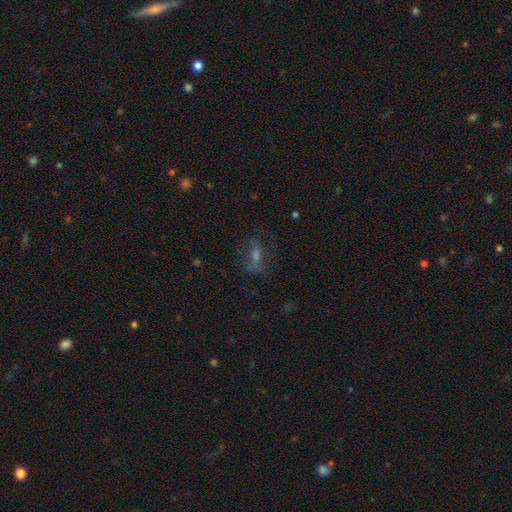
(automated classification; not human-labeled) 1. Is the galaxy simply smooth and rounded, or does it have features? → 42% smooth, 34% featured or disk, 24% star or artifact.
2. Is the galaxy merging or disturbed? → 61% none, 19% minor disturbance, 17% major disturbance, 3% merger.